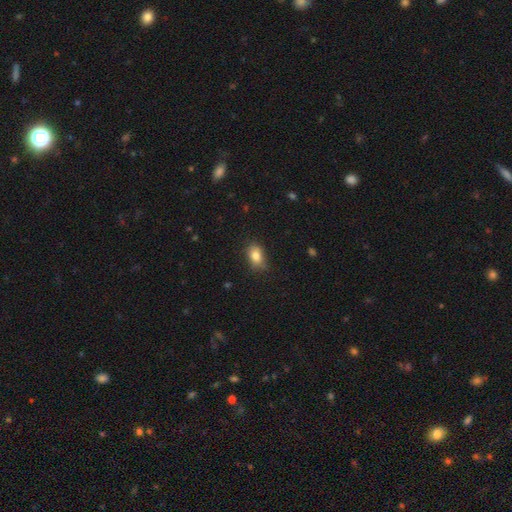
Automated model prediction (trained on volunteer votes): smooth-or-featured: smooth: 82% | star or artifact: 9% | featured or disk: 8%
  how-rounded: in between: 79% | round: 19% | cigar-shaped: 2%
  merging: none: 68% | minor disturbance: 26% | major disturbance: 5% | merger: 2%